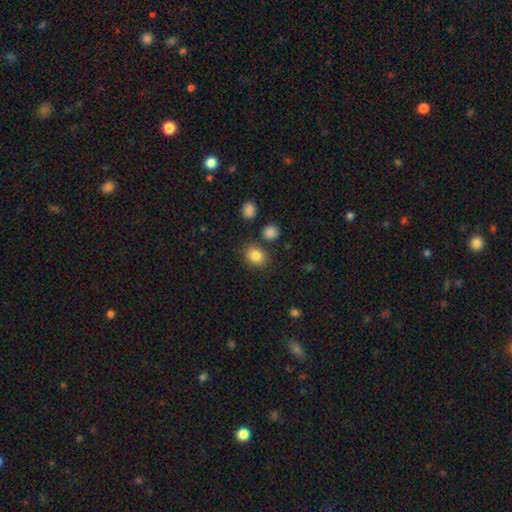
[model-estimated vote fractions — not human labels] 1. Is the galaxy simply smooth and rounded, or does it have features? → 84% smooth, 10% star or artifact, 5% featured or disk.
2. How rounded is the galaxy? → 60% round, 39% in between, 1% cigar-shaped.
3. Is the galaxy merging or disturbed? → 81% none, 10% minor disturbance, 6% merger, 3% major disturbance.